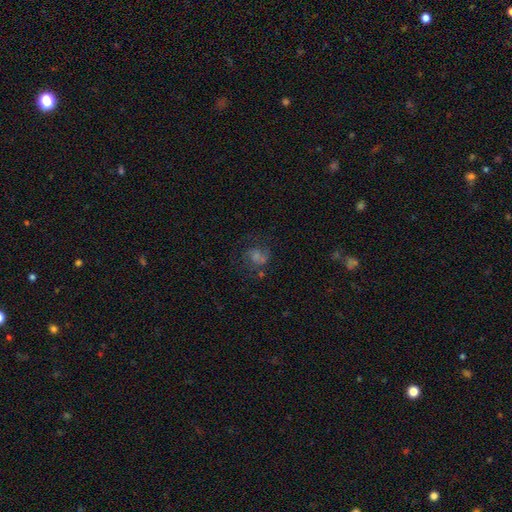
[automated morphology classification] smooth-or-featured: featured or disk: 41% | smooth: 31% | star or artifact: 28%
  merging: none: 60% | minor disturbance: 17% | major disturbance: 17% | merger: 6%